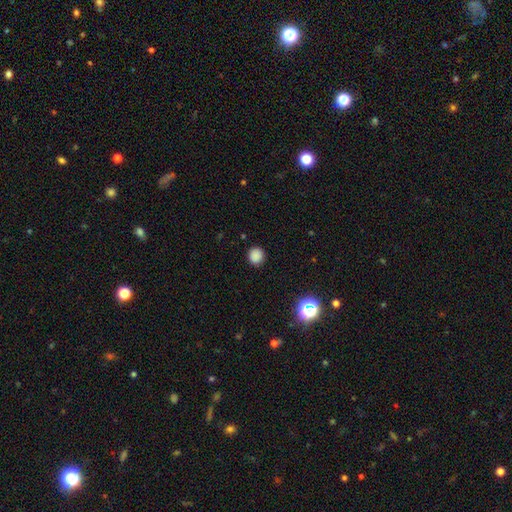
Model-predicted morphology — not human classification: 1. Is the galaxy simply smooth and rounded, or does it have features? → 84% smooth, 13% star or artifact, 3% featured or disk.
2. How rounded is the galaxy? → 90% round, 9% in between, 1% cigar-shaped.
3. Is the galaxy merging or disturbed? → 90% none, 7% minor disturbance, 2% major disturbance, 1% merger.